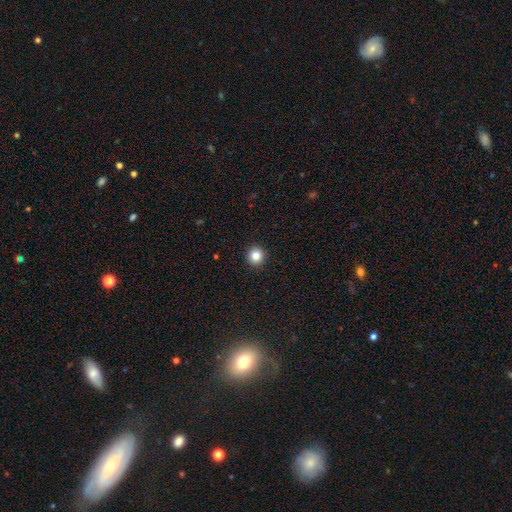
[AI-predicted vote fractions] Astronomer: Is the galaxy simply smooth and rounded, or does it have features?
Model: smooth — 83%.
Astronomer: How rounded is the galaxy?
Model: round — 94%.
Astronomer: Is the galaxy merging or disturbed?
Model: none — 94%.